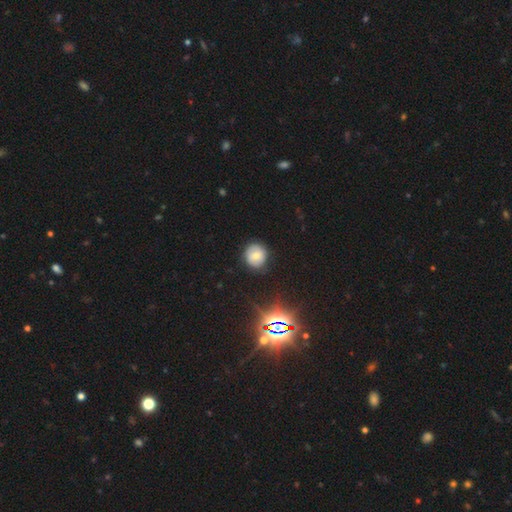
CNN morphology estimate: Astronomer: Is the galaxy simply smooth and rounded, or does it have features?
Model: smooth — 66%.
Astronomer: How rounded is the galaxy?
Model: round — 84%.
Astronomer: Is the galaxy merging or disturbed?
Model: none — 83%.